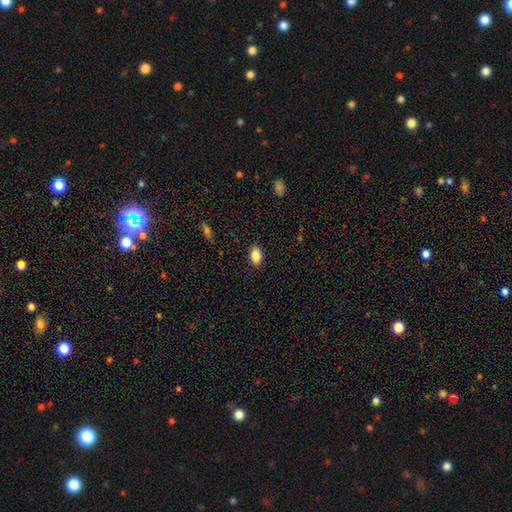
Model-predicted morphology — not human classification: smooth-or-featured: smooth: 86% | star or artifact: 8% | featured or disk: 7%
  how-rounded: in between: 89% | round: 10% | cigar-shaped: 2%
  merging: none: 88% | minor disturbance: 9% | major disturbance: 2% | merger: 1%